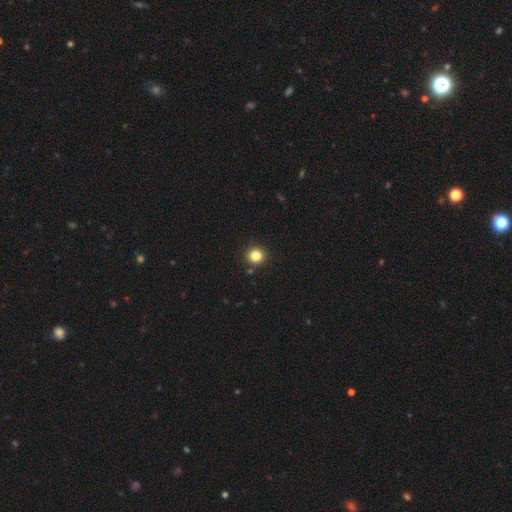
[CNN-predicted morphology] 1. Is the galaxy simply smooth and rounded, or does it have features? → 84% smooth, 12% star or artifact, 4% featured or disk.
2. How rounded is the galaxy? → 89% round, 10% in between, 1% cigar-shaped.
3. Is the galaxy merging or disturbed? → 90% none, 6% minor disturbance, 2% merger, 2% major disturbance.